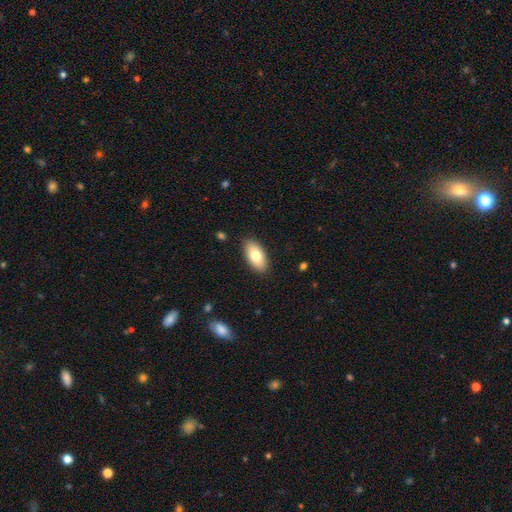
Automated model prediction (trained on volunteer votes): smooth_or_featured: smooth (p=0.76) [alt: featured or disk p=0.17]
how_rounded: in between (p=0.93) [alt: cigar-shaped p=0.04]
merging: none (p=0.88) [alt: minor disturbance p=0.09]